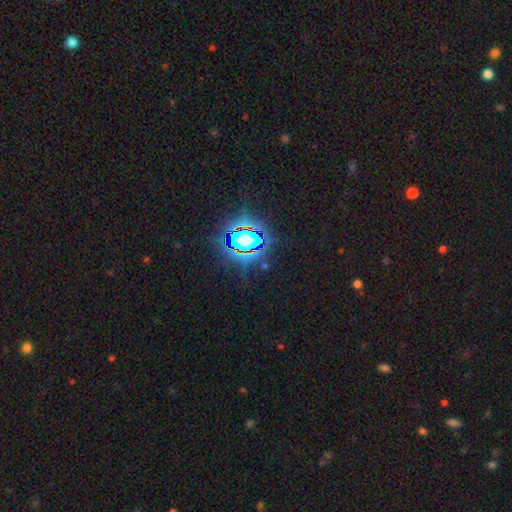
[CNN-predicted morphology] Smooth or featured? star or artifact (82%)